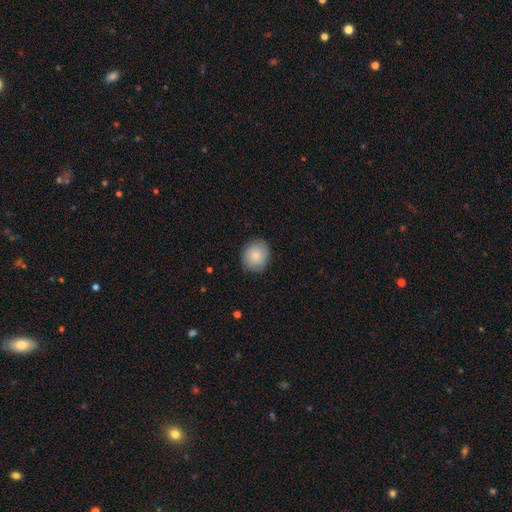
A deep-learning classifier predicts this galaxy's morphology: A smooth galaxy with no disk features (81%) that is round (78%).

Vote fractions:
- Smooth or featured? smooth: 81% / featured or disk: 12% / star or artifact: 7%
- How rounded? round: 78% / in between: 21% / cigar-shaped: 1%
- Merging? none: 85% / minor disturbance: 12% / major disturbance: 3% / merger: 1%